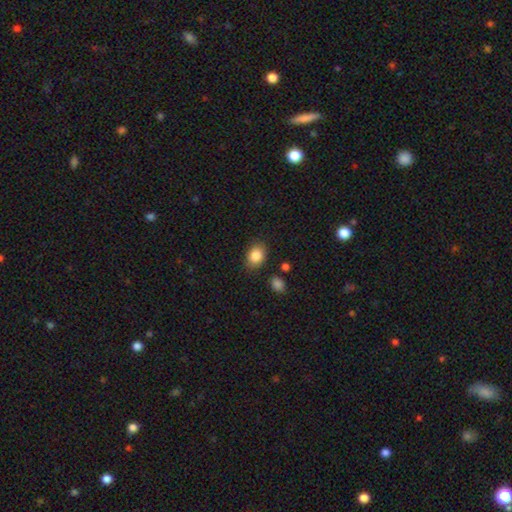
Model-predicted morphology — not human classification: Smooth or featured?
  - smooth: 86% *
  - star or artifact: 9%
  - featured or disk: 5%
How rounded?
  - in between: 62% *
  - round: 37%
  - cigar-shaped: 1%
Merging?
  - none: 82% *
  - minor disturbance: 12%
  - major disturbance: 3%
  - merger: 3%